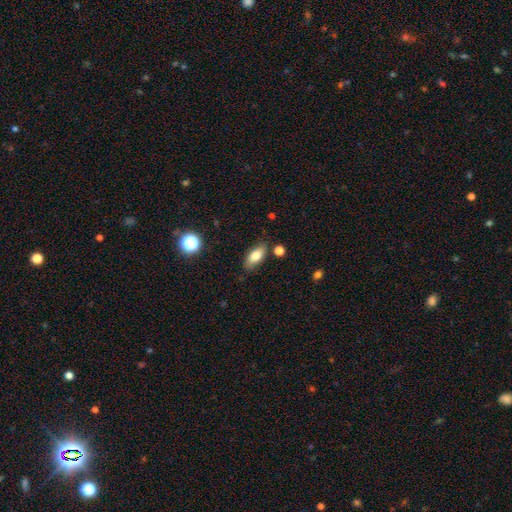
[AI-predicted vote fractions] Smooth or featured? Predicted: smooth (p=0.77). How rounded? Predicted: in between (p=0.85). Merging? Predicted: none (p=0.80).